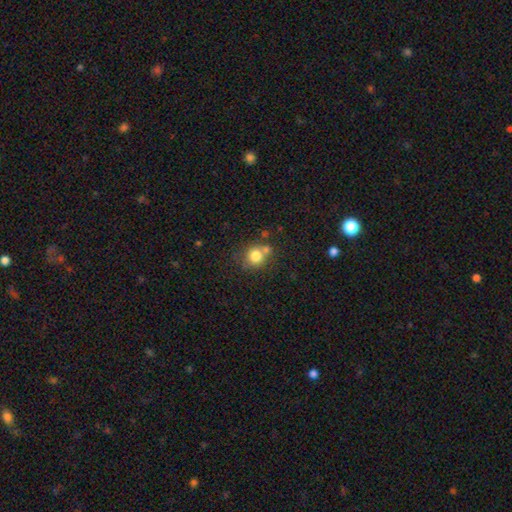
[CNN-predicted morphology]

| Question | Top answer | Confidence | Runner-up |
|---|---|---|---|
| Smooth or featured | smooth | 78% | star or artifact (11%) |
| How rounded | round | 83% | in between (16%) |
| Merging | none | 55% | merger (27%) |